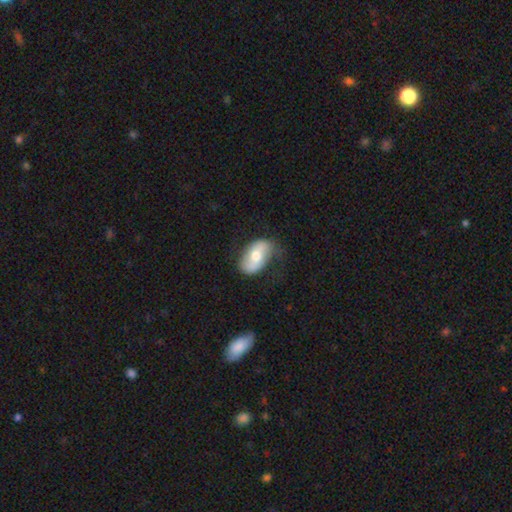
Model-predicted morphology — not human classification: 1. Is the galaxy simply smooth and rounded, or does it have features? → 48% smooth, 46% featured or disk, 6% star or artifact.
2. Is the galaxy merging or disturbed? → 61% none, 27% minor disturbance, 11% major disturbance, 2% merger.